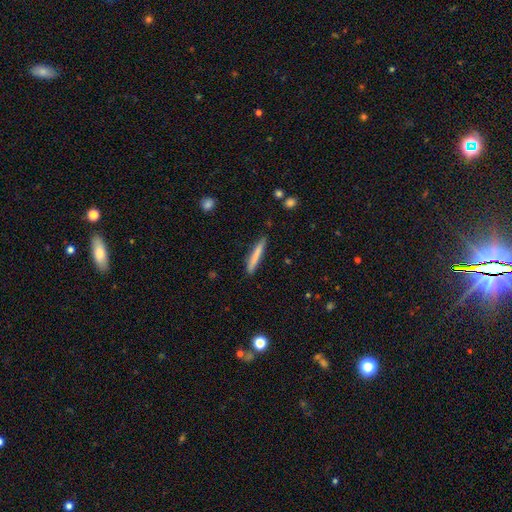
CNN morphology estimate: This appears to be a smooth galaxy with no disk features (75%) that is cigar-shaped (95%). Merging: none (87%).